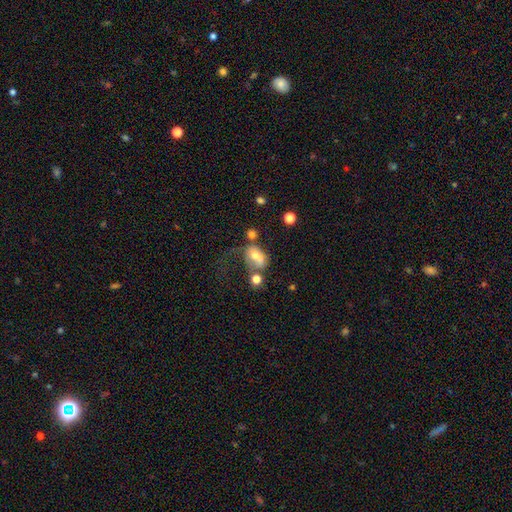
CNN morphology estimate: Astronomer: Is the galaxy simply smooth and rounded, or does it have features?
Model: smooth — 59%.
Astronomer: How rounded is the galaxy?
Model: in between — 67%.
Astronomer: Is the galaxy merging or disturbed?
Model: major disturbance — 32% (runner-up: merger, 30%).